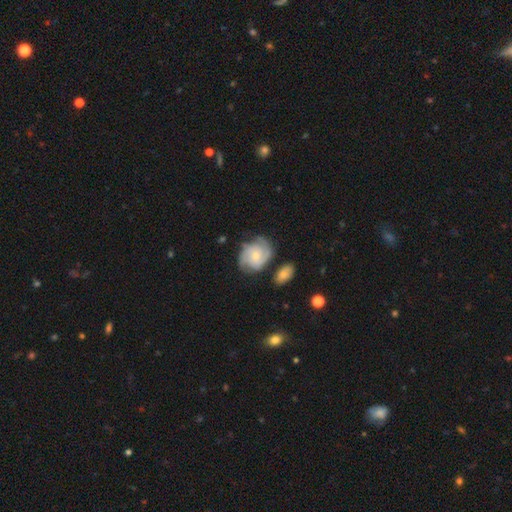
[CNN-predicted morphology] Smooth or featured? featured or disk (77%)
Edge-on disk? no (98%)
Bar? no (75%)
Spiral arms? yes (95%)
Spiral winding? tight (54%)
Spiral arm count? 2 (33%)
Bulge size? small (64%)
Merging? none (68%)